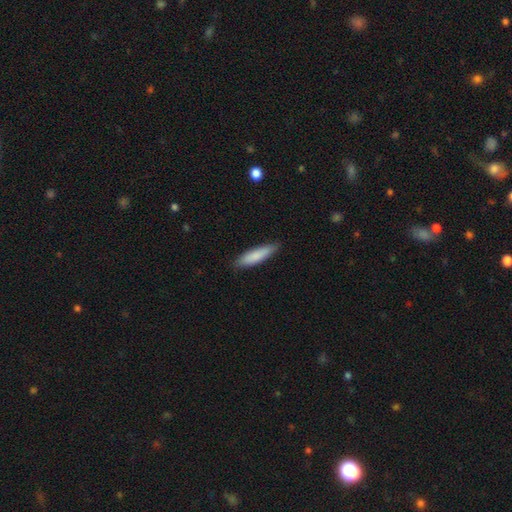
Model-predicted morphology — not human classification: type=smooth (83%); roundness=cigar-shaped (75%); merging=none (86%).